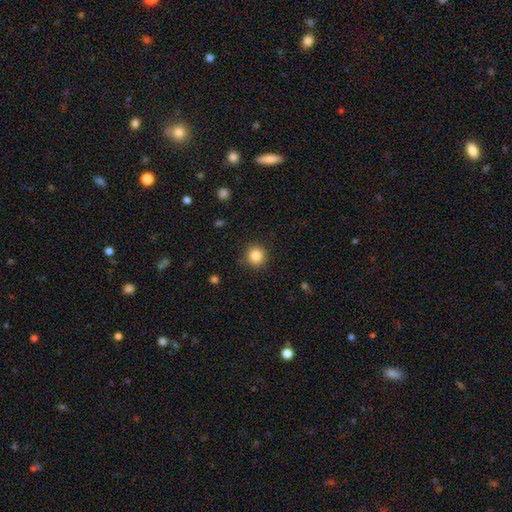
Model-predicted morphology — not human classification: Smooth or featured? smooth (84%)
How rounded? round (93%)
Merging? none (90%)